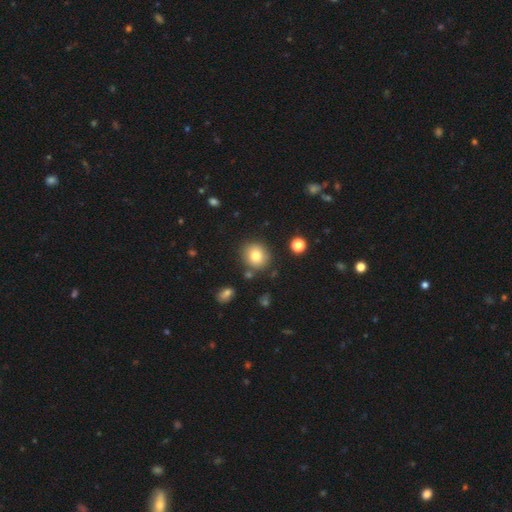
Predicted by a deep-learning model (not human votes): smooth 79%, star or artifact 11%, featured or disk 10%. Down the decision tree: how rounded — round (85%); merging — none (82%).